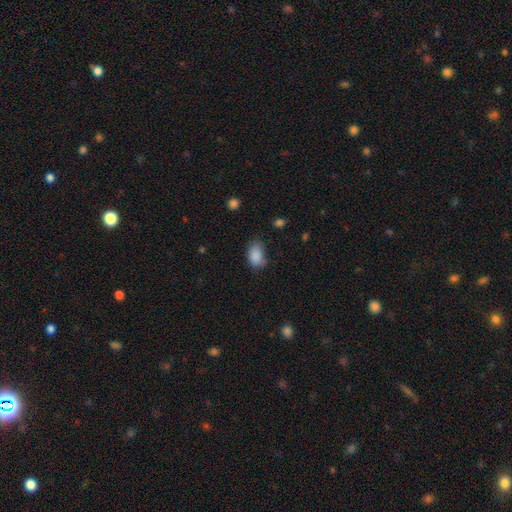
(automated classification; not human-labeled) Smooth or featured: smooth — 87% (star or artifact — 9%)
How rounded: in between — 85% (round — 14%)
Merging: none — 58% (minor disturbance — 32%)